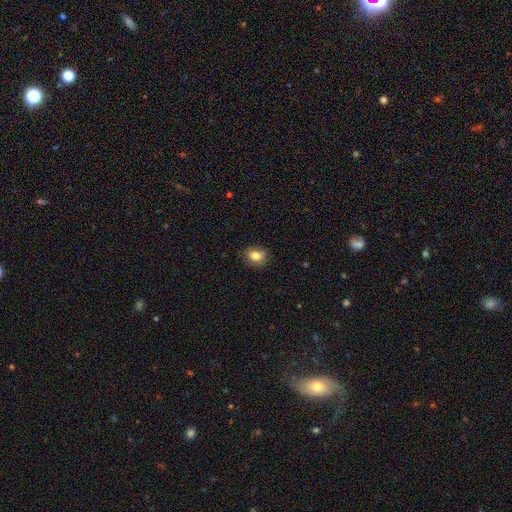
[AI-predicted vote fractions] This is clearly a smooth galaxy (82%). How rounded: possibly in between (53%). Merging: clearly none (86%).